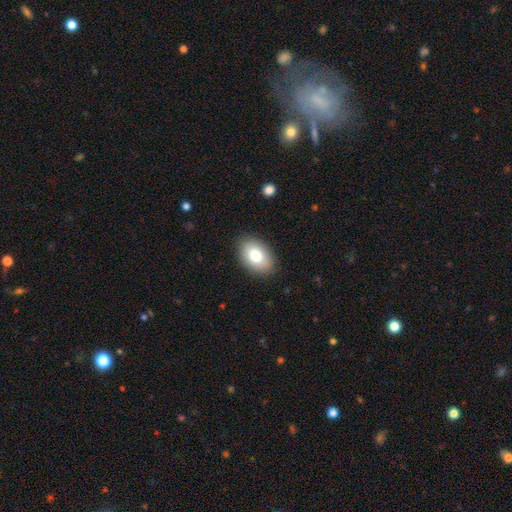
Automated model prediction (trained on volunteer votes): This appears to be a smooth galaxy with no disk features (79%) that is in between round and cigar-shaped (87%). Merging: none (87%).